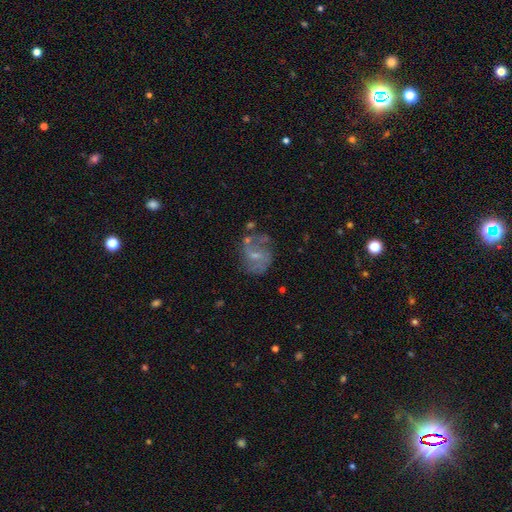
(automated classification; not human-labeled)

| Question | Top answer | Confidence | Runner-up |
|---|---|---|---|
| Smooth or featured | featured or disk | 69% | smooth (22%) |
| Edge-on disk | no | 97% | yes (3%) |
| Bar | weak | 53% | no (34%) |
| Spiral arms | yes | 80% | no (20%) |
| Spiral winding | medium | 45% | loose (38%) |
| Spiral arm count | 2 | 69% | can't tell (16%) |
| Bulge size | small | 57% | moderate (25%) |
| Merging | none | 53% | minor disturbance (22%) |